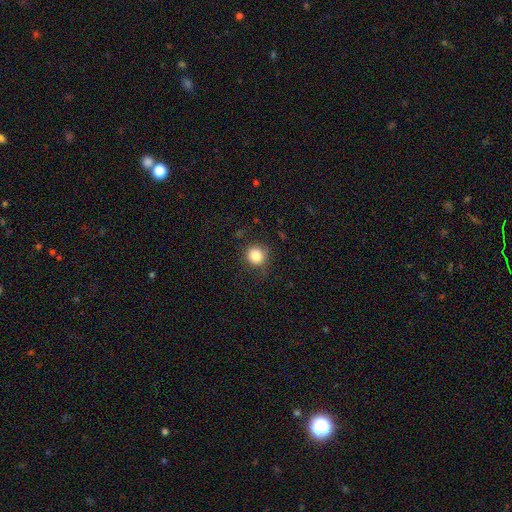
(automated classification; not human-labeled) smooth_or_featured: smooth (p=0.83) [alt: star or artifact p=0.11]
how_rounded: round (p=0.90) [alt: in between p=0.09]
merging: none (p=0.81) [alt: minor disturbance p=0.13]